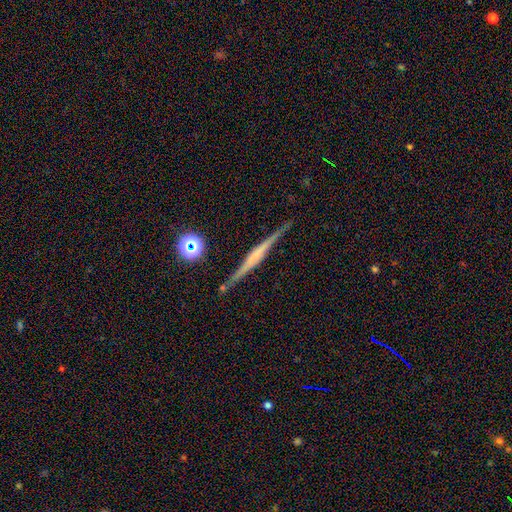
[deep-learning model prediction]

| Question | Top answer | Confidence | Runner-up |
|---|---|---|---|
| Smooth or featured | featured or disk | 77% | smooth (16%) |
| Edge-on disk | yes | 98% | no (2%) |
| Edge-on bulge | rounded | 42% | boxy (31%) |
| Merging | none | 89% | minor disturbance (8%) |